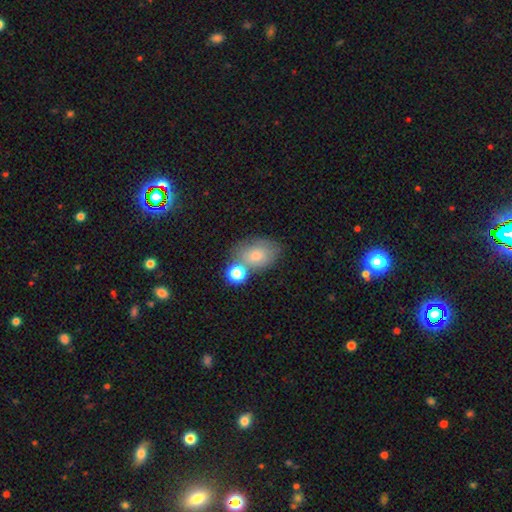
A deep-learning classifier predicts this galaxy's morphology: This appears to be a smooth galaxy with no disk features (75%) that is in between round and cigar-shaped (74%). Merging: none (48%).